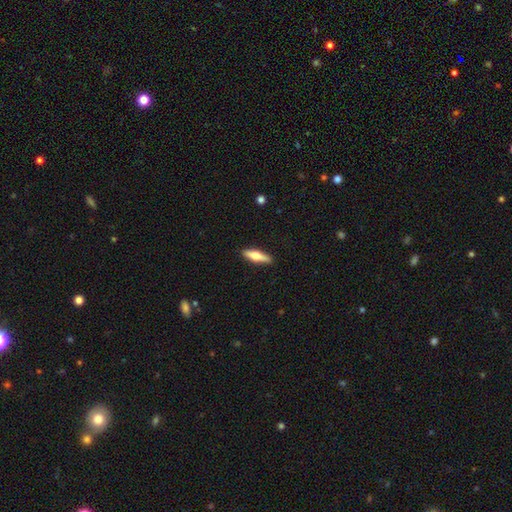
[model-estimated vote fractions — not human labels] Smooth or featured? Predicted: smooth (p=0.55). How rounded? Predicted: cigar-shaped (p=0.69). Merging? Predicted: none (p=0.89).